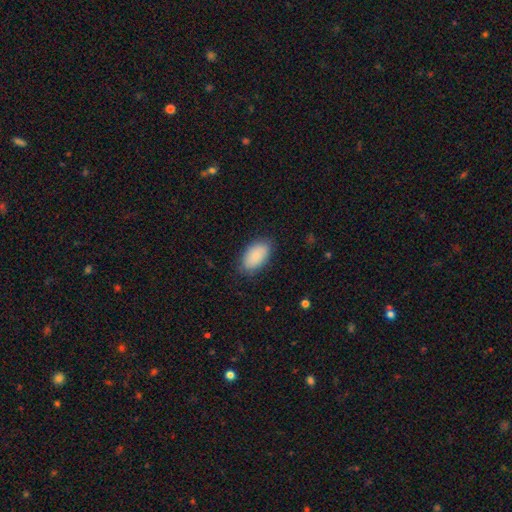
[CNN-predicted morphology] A smooth galaxy with no disk features (88%) that is in between round and cigar-shaped (94%). Merging: none (82%).